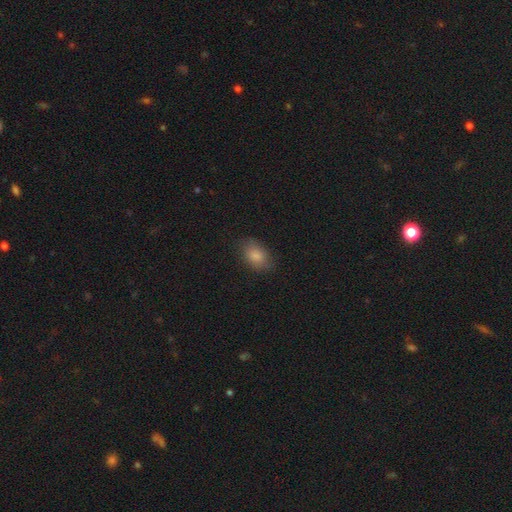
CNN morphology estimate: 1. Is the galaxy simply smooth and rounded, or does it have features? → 84% smooth, 8% star or artifact, 8% featured or disk.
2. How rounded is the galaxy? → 86% in between, 12% round, 2% cigar-shaped.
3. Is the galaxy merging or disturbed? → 76% none, 18% minor disturbance, 5% major disturbance, 1% merger.